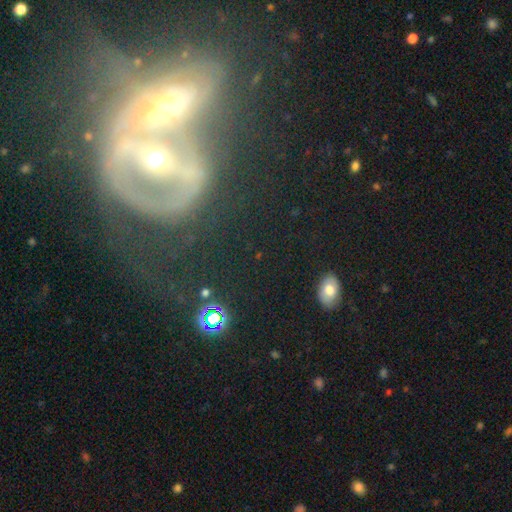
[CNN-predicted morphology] This is likely a featured or disk galaxy (70%). It is clearly not viewed edge-on (87%). Bar: marginally no (38%). Spiral arm pattern: possibly yes (57%). Central bulge: possibly moderate (47%). Merging: likely merger (62%).